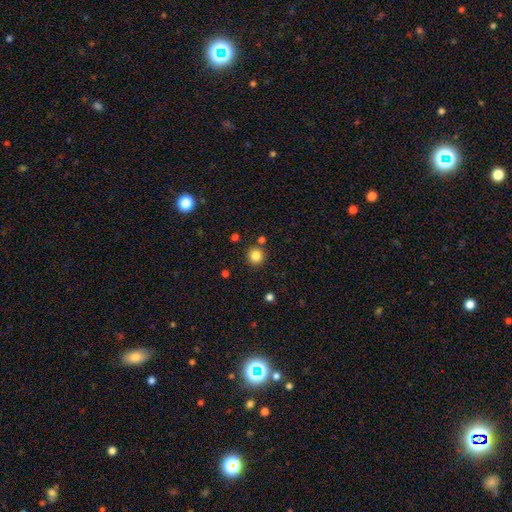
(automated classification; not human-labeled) A smooth galaxy with no disk features (84%) that is round (94%). Merging: none (86%).